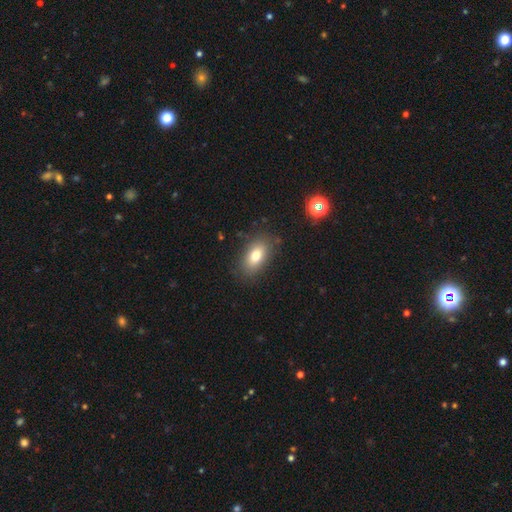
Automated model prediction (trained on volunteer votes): A smooth galaxy with no disk features (76%) that is in between round and cigar-shaped (87%). Merging: none (84%).